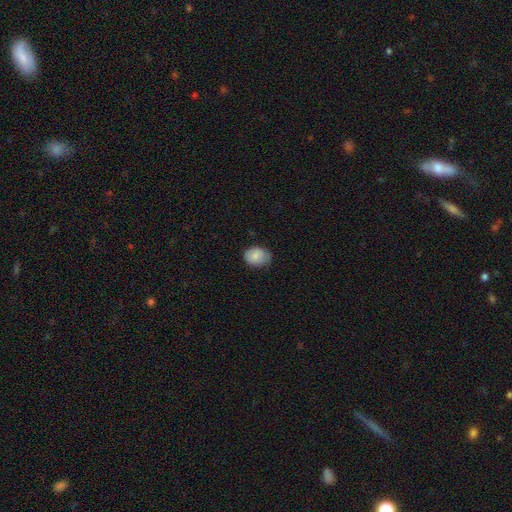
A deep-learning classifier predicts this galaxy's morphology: A smooth galaxy with no disk features (84%) that is in between round and cigar-shaped (60%).

Vote fractions:
- Smooth or featured? smooth: 84% / featured or disk: 9% / star or artifact: 7%
- How rounded? in between: 60% / round: 39% / cigar-shaped: 1%
- Merging? none: 70% / minor disturbance: 25% / major disturbance: 4% / merger: 1%